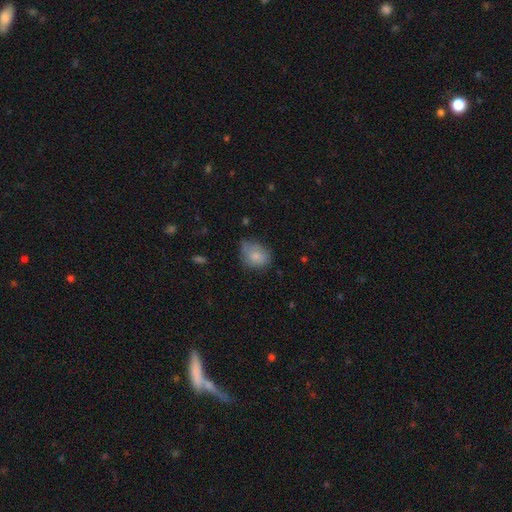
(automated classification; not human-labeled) Smooth or featured: smooth — 79% (featured or disk — 13%)
How rounded: in between — 58% (round — 41%)
Merging: none — 48% (minor disturbance — 38%)